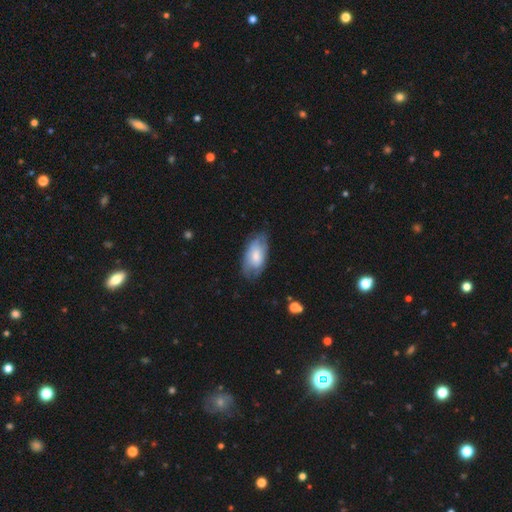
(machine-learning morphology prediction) A smooth galaxy with no disk features (65%) that is in between round and cigar-shaped (93%). Merging: none (62%).